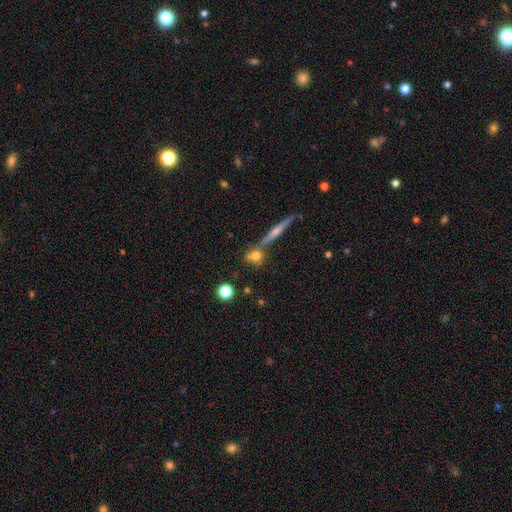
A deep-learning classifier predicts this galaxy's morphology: Smooth or featured? smooth (65%)
How rounded? round (70%)
Merging? none (59%)